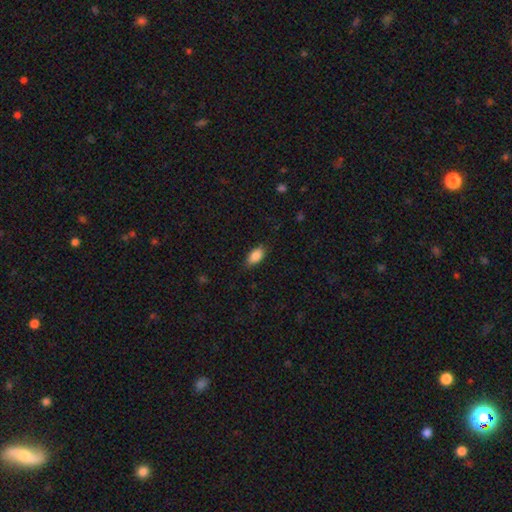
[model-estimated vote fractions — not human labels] Smooth or featured?
  - smooth: 88% *
  - star or artifact: 7%
  - featured or disk: 5%
How rounded?
  - in between: 92% *
  - round: 4%
  - cigar-shaped: 4%
Merging?
  - none: 85% *
  - minor disturbance: 11%
  - major disturbance: 3%
  - merger: 1%